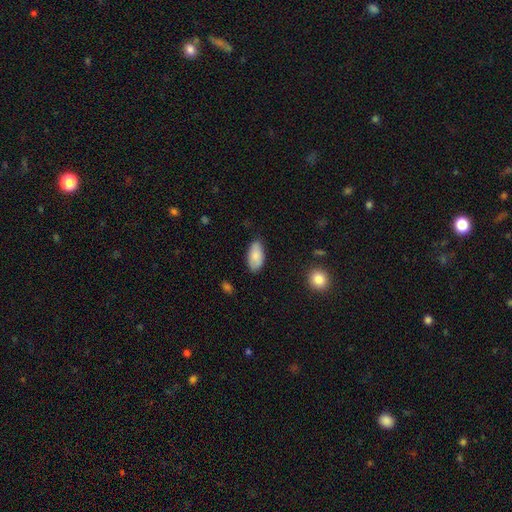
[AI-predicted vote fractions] A smooth galaxy with no disk features (85%) that is in between round and cigar-shaped (94%). Merging: none (79%).